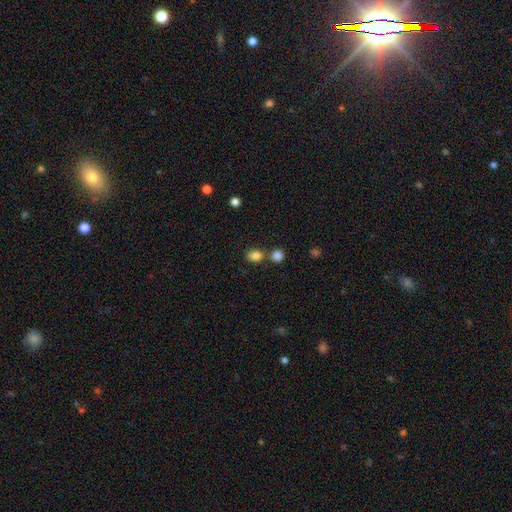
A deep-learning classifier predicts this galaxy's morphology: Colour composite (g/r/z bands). It shows a smooth galaxy with no disk features (84%) that is in between round and cigar-shaped (53%). Merging: none (60%).